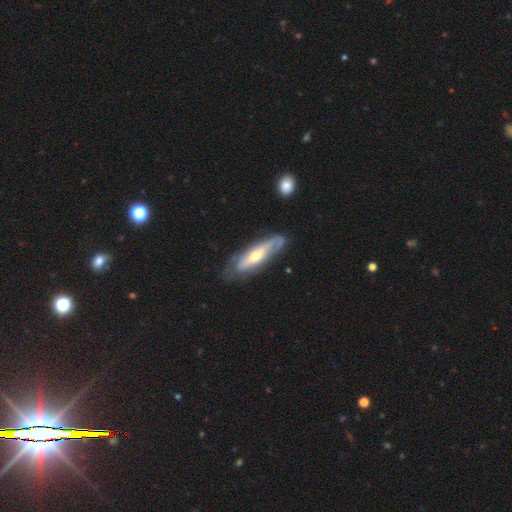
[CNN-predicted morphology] Overall: featured or disk (65%; smooth 30%). Edge-on disk: no (55%; yes 45%). Merging: none (63%; minor disturbance 24%).